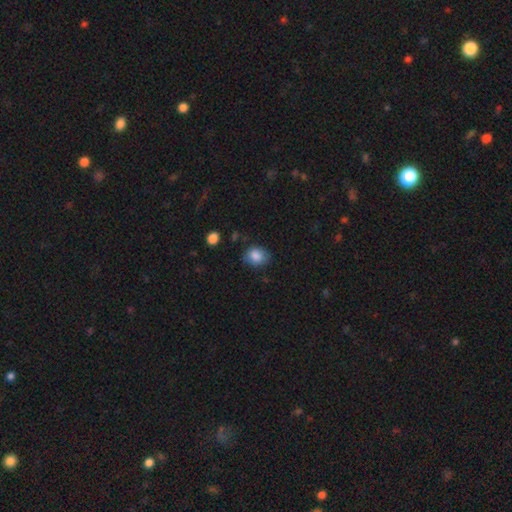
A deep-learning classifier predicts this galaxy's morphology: Smooth or featured: smooth — 85% (star or artifact — 9%)
How rounded: round — 63% (in between — 36%)
Merging: none — 73% (minor disturbance — 20%)